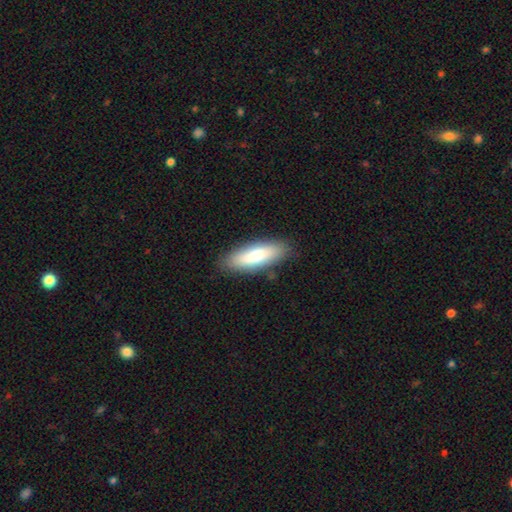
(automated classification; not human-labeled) smooth-or-featured: smooth: 75% | featured or disk: 19% | star or artifact: 6%
  how-rounded: in between: 59% | cigar-shaped: 39% | round: 2%
  merging: none: 85% | minor disturbance: 11% | major disturbance: 3% | merger: 1%